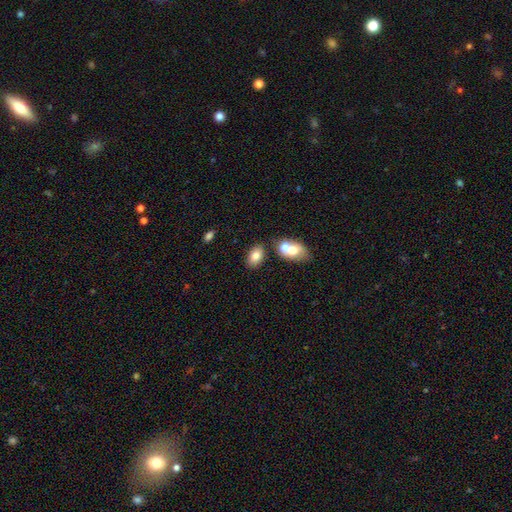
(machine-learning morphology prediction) This is likely a smooth galaxy (78%). How rounded: clearly in between (86%). Merging: likely none (67%).